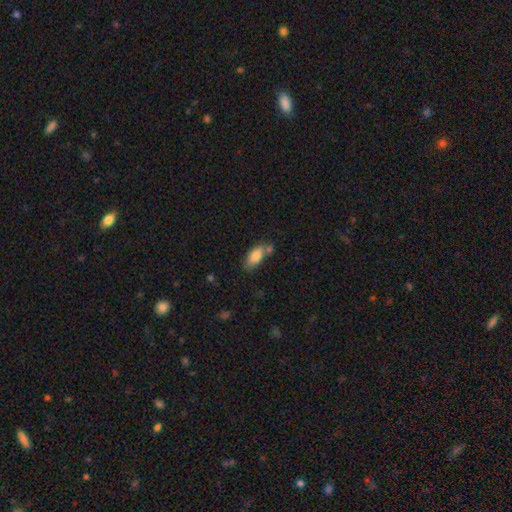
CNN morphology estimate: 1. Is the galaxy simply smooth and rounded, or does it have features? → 84% smooth, 9% featured or disk, 7% star or artifact.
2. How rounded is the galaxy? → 88% in between, 9% cigar-shaped, 3% round.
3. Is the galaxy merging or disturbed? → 56% none, 20% merger, 19% minor disturbance, 5% major disturbance.